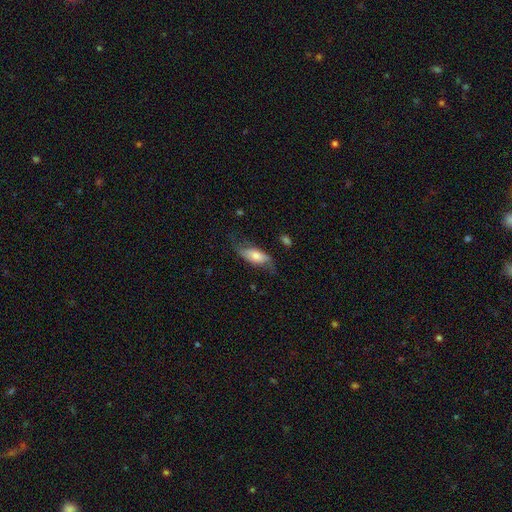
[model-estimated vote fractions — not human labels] Q: Smooth or featured?
A: smooth (51%); runner-up: featured or disk (42%)
Q: How rounded?
A: in between (79%); runner-up: cigar-shaped (18%)
Q: Merging?
A: none (57%); runner-up: minor disturbance (27%)